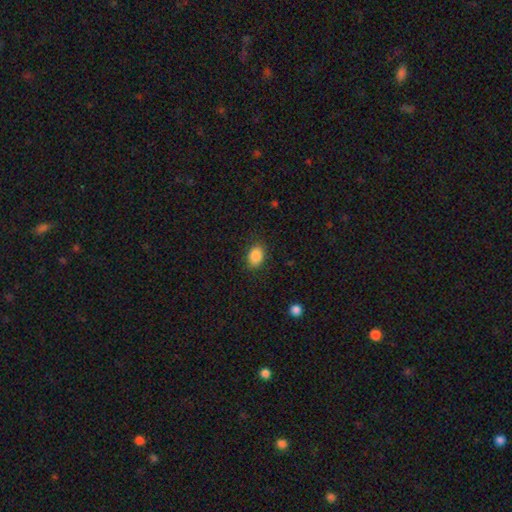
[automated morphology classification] Smooth or featured: smooth — 87% (star or artifact — 8%)
How rounded: in between — 74% (round — 25%)
Merging: none — 86% (minor disturbance — 10%)